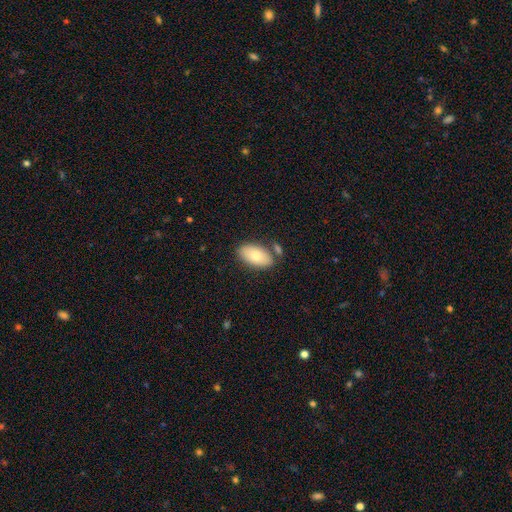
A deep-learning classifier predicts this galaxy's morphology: Smooth or featured: smooth — 77% (featured or disk — 16%)
How rounded: in between — 94% (round — 4%)
Merging: none — 76% (minor disturbance — 13%)